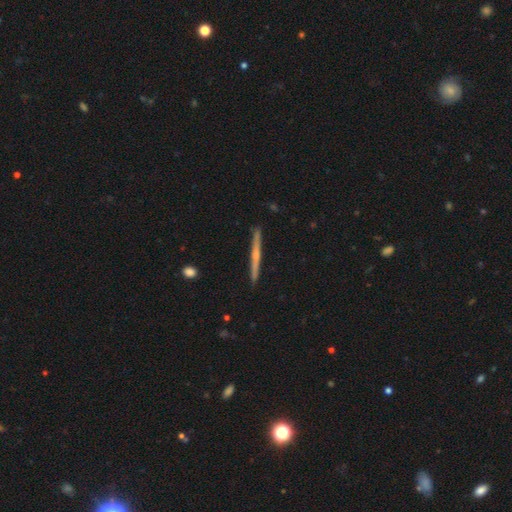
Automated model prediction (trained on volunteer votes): Smooth or featured? featured or disk (63%)
Edge-on disk? yes (98%)
Edge-on bulge? rounded (48%)
Merging? none (92%)